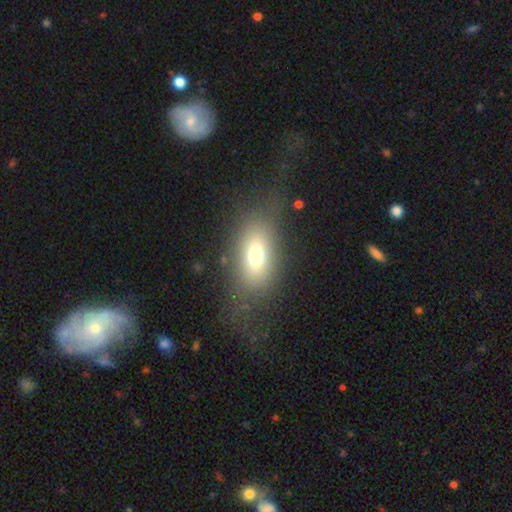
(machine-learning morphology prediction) type=smooth (69%); roundness=in between (82%); merging=none (61%).